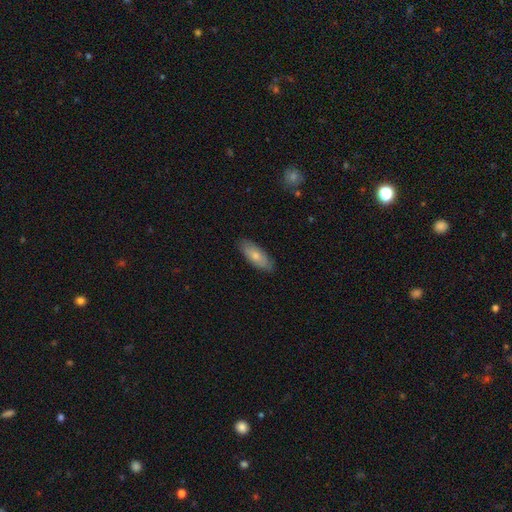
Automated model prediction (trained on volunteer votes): Smooth or featured: smooth — 74% (featured or disk — 21%)
How rounded: in between — 80% (cigar-shaped — 18%)
Merging: none — 84% (minor disturbance — 13%)